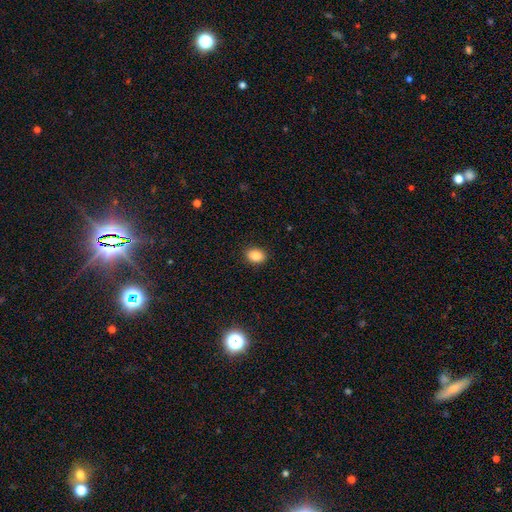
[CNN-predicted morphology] Q: Smooth or featured?
A: smooth (87%); runner-up: star or artifact (9%)
Q: How rounded?
A: in between (71%); runner-up: round (28%)
Q: Merging?
A: none (89%); runner-up: minor disturbance (8%)